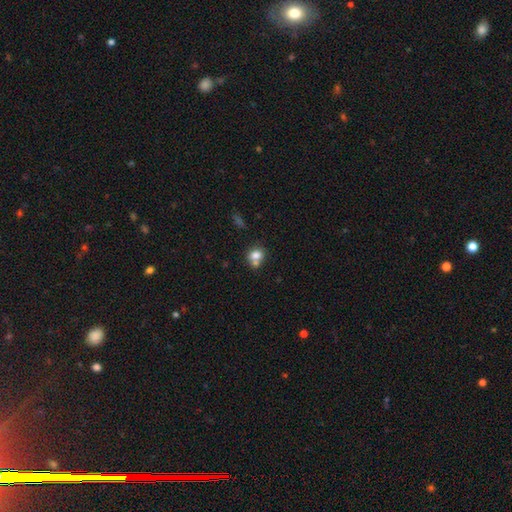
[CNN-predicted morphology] Smooth or featured: smooth — 77% (featured or disk — 12%)
How rounded: round — 60% (in between — 39%)
Merging: none — 44% (merger — 40%)